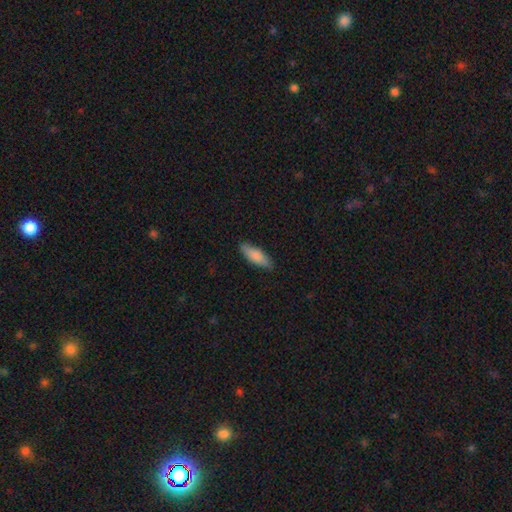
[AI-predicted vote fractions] The model was most divided on "how rounded": in between: 57%, cigar-shaped: 42%, round: 2%. More confident: merging — none (84%); smooth or featured — smooth (80%).